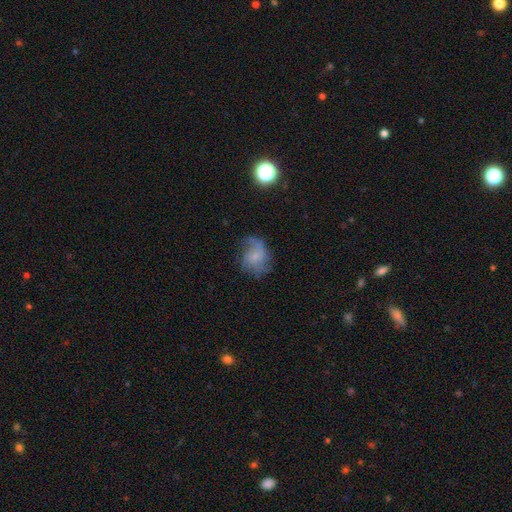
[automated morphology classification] featured or disk 55%, smooth 34%, star or artifact 11%. Down the decision tree: edge-on disk — no (98%); bar — no (69%); spiral arms — yes (80%); bulge size — small (59%); merging — none (49%).